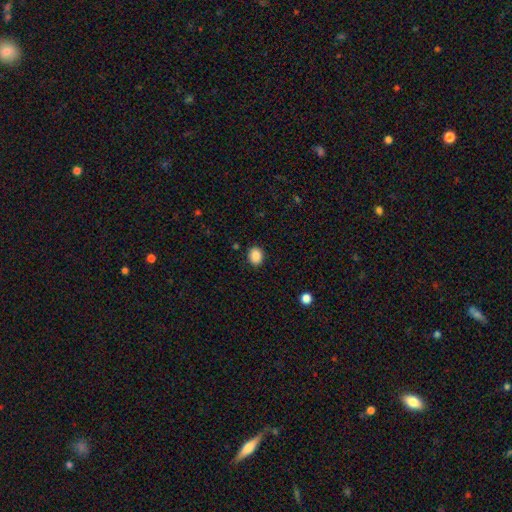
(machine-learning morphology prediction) Smooth or featured? Predicted: smooth (p=0.88). How rounded? Predicted: round (p=0.51). Merging? Predicted: none (p=0.89).